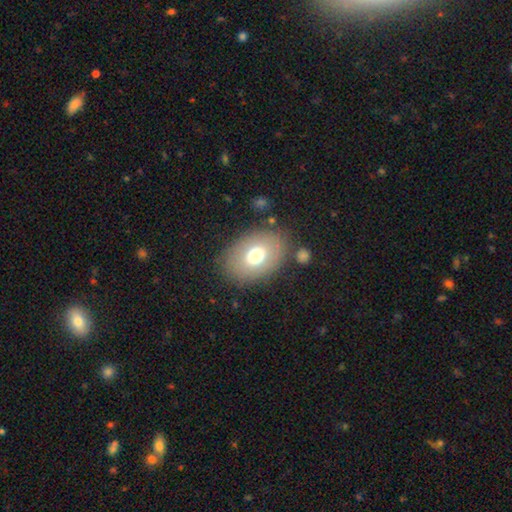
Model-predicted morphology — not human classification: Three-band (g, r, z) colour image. It shows a smooth galaxy with no disk features (69%) that is in between round and cigar-shaped (78%). Merging: none (79%).